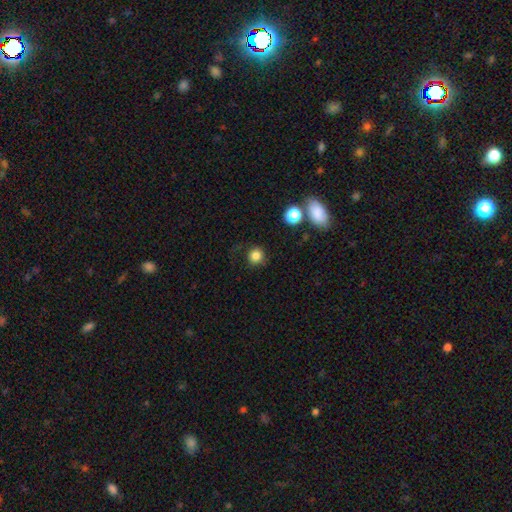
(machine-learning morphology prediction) The model was most divided on "smooth or featured": smooth: 83%, star or artifact: 12%, featured or disk: 4%. More confident: how rounded — round (92%); merging — none (86%).